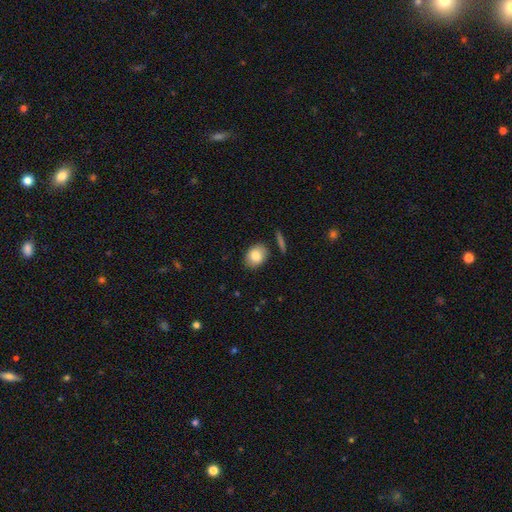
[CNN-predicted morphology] Smooth or featured: smooth — 82% (featured or disk — 10%)
How rounded: in between — 64% (round — 34%)
Merging: none — 83% (minor disturbance — 12%)